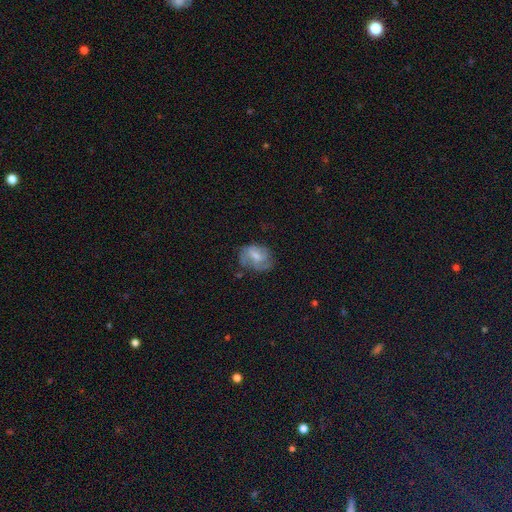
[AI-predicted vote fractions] A featured or disk galaxy (52%) with a weak bar (49%), spiral arms (71%) and a moderate central bulge (45%). Merging: none (53%).